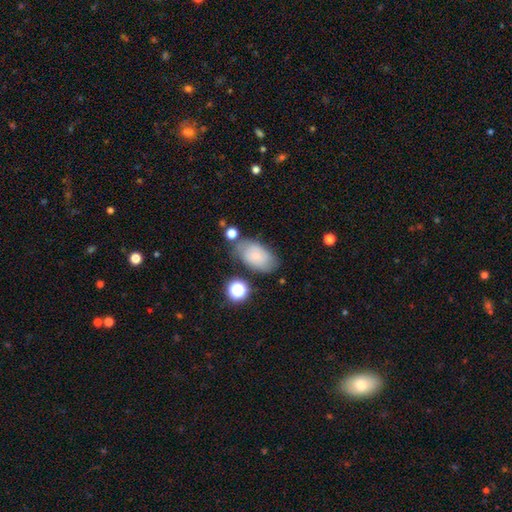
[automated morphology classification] The model was most divided on "smooth or featured": smooth: 65%, featured or disk: 26%, star or artifact: 9%. More confident: how rounded — in between (90%); merging — none (63%).